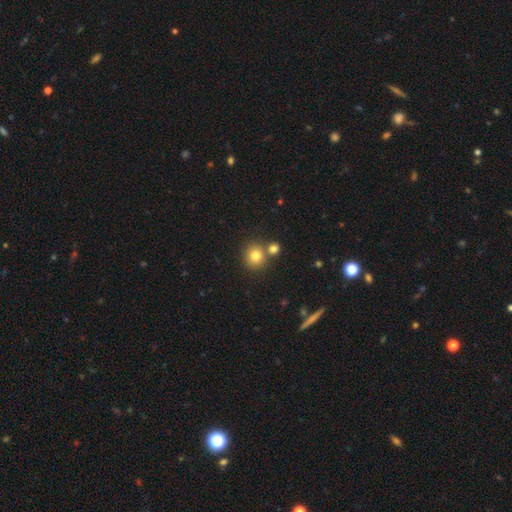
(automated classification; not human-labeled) Smooth or featured: smooth — 80% (star or artifact — 12%)
How rounded: round — 89% (in between — 10%)
Merging: none — 69% (merger — 21%)